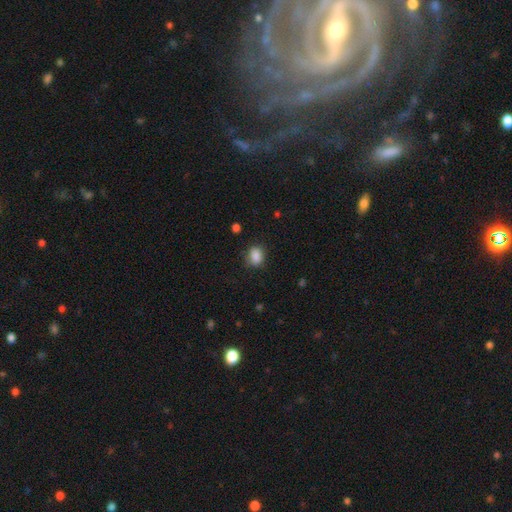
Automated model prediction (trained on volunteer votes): This is clearly a smooth galaxy (87%). How rounded: likely in between (66%). Merging: likely none (78%).